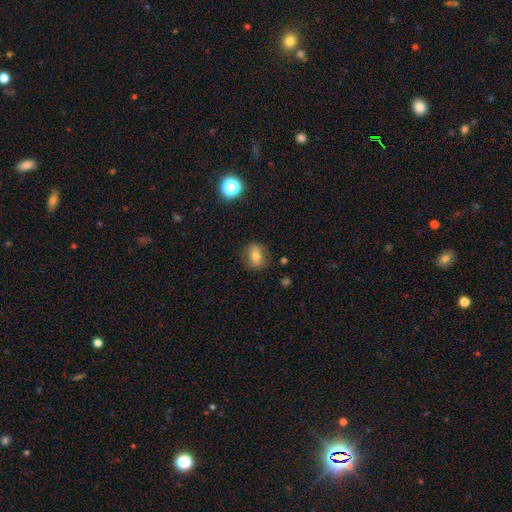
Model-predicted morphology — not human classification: A smooth galaxy with no disk features (69%) that is in between round and cigar-shaped (54%).

Vote fractions:
- Smooth or featured? smooth: 69% / featured or disk: 20% / star or artifact: 11%
- How rounded? in between: 54% / round: 44% / cigar-shaped: 2%
- Merging? none: 79% / minor disturbance: 15% / major disturbance: 5% / merger: 2%